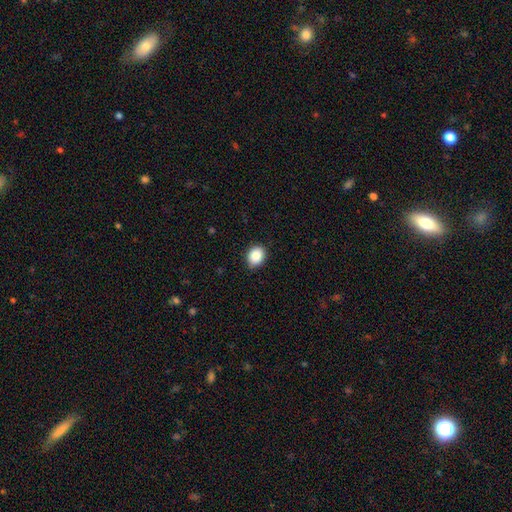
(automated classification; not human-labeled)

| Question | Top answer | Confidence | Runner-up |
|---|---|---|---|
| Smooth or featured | smooth | 88% | star or artifact (8%) |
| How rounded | in between | 52% | round (47%) |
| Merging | none | 86% | minor disturbance (11%) |